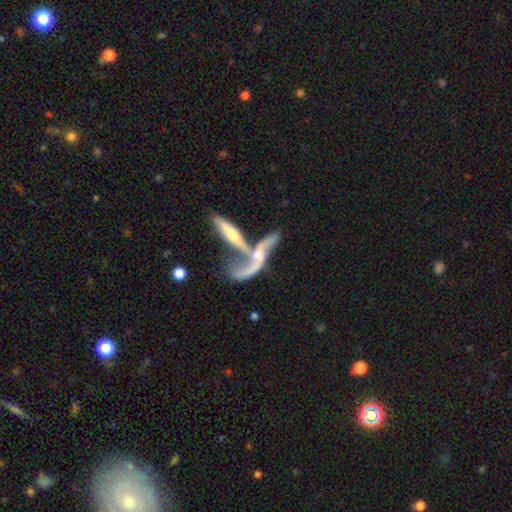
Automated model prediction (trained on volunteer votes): Morphology: type=featured or disk (72%); edge-on=no (54%); merging=merger (60%).